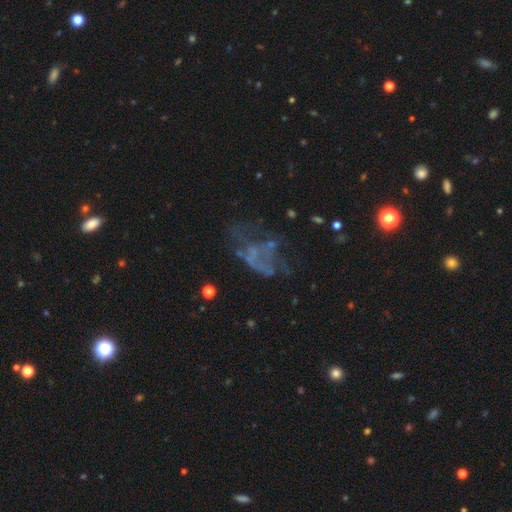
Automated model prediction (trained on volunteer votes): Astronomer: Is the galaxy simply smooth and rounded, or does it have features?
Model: featured or disk — 52%.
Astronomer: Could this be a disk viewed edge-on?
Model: no — 97%.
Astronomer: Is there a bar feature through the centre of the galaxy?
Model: no — 92%.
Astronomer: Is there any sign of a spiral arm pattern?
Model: no — 90%.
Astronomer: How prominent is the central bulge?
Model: none — 83%.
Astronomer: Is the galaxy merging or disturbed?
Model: major disturbance — 41% (runner-up: none, 34%).